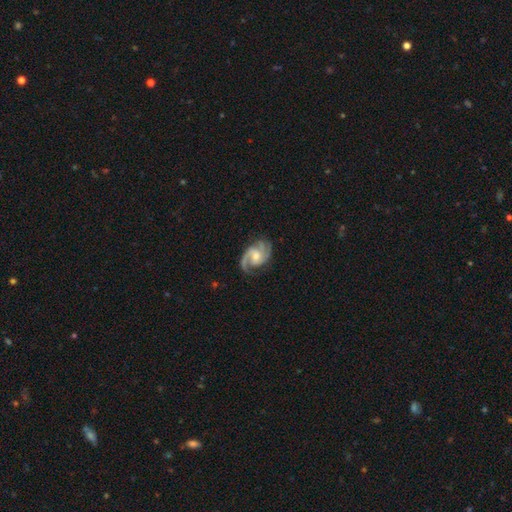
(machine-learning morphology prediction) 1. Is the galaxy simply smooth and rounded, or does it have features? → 92% featured or disk, 4% smooth, 4% star or artifact.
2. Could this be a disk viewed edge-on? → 98% no, 2% yes.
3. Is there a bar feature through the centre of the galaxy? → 55% no, 36% weak, 9% strong.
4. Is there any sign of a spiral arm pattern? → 99% yes, 1% no.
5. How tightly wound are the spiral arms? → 55% medium, 34% tight, 12% loose.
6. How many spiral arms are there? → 56% 2, 31% 3, 4% can't tell, 3% 4, 3% 1, 3% more than 4.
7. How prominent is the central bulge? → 58% moderate, 34% small, 4% large, 3% none, 1% dominant.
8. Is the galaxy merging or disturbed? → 78% none, 15% minor disturbance, 5% major disturbance, 1% merger.